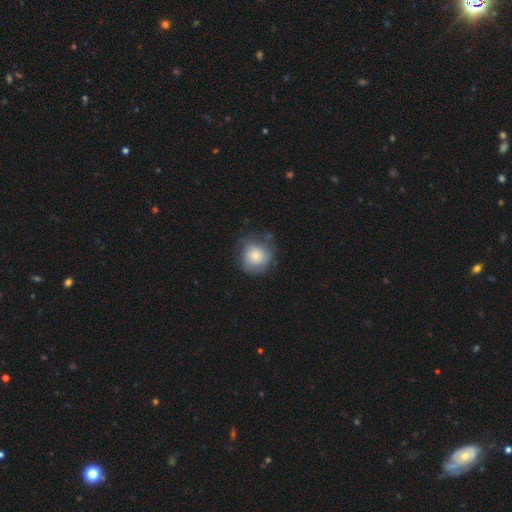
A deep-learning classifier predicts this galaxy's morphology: Smooth or featured? smooth (72%)
How rounded? round (88%)
Merging? none (65%)